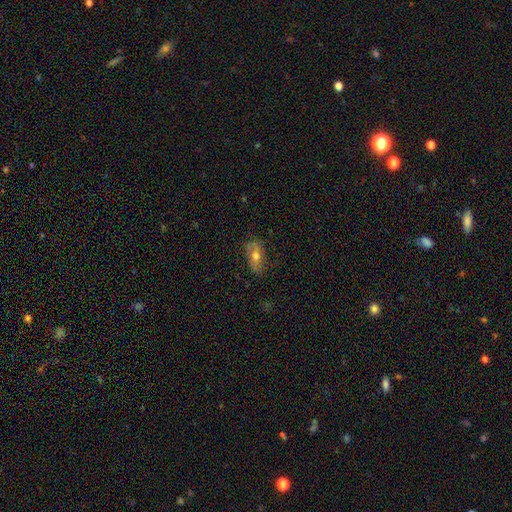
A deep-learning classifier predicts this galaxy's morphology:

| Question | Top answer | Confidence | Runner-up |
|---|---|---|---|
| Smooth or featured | smooth | 48% | featured or disk (44%) |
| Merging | none | 70% | minor disturbance (22%) |